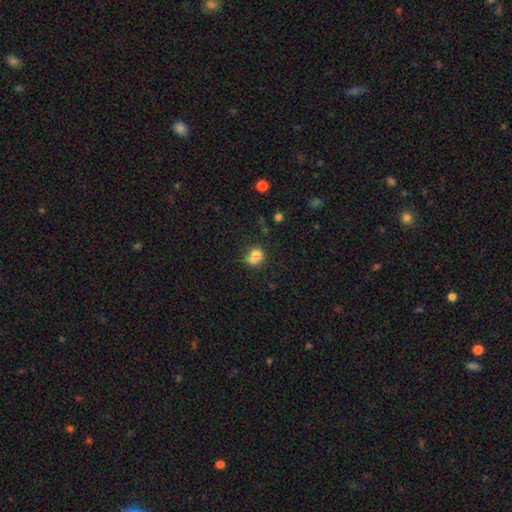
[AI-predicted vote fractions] smooth-or-featured: smooth: 74% | featured or disk: 15% | star or artifact: 11%
  how-rounded: round: 69% | in between: 30% | cigar-shaped: 1%
  merging: merger: 45% | none: 36% | minor disturbance: 13% | major disturbance: 6%